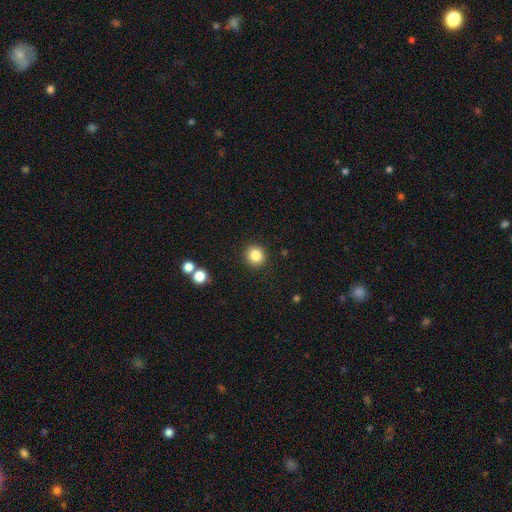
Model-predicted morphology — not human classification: Overall: smooth (85%). How rounded: round (89%). Merging: none (90%).